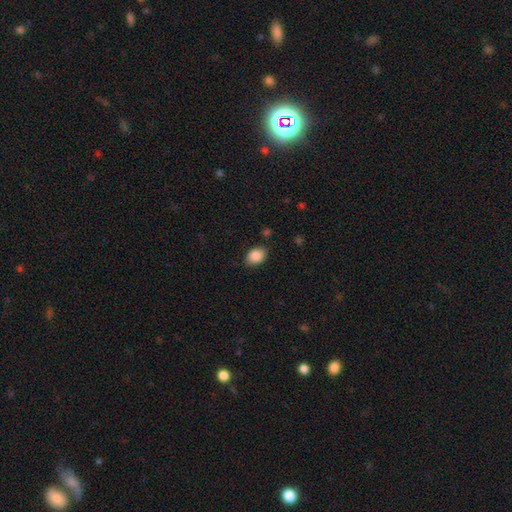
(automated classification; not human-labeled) Smooth or featured? smooth (88%)
How rounded? in between (71%)
Merging? none (80%)